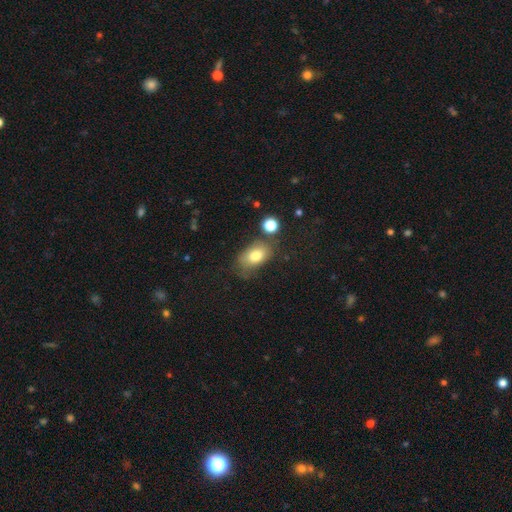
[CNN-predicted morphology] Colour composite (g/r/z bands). It shows a smooth galaxy with no disk features (78%) that is in between round and cigar-shaped (84%). Merging: none (60%).